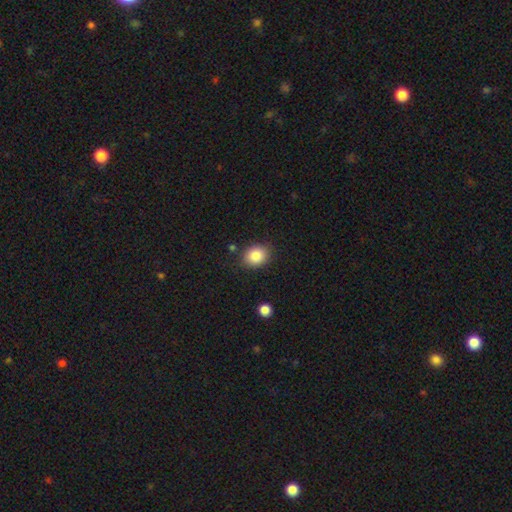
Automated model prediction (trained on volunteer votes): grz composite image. It shows a smooth galaxy with no disk features (86%) that is round (53%). Merging: none (83%).